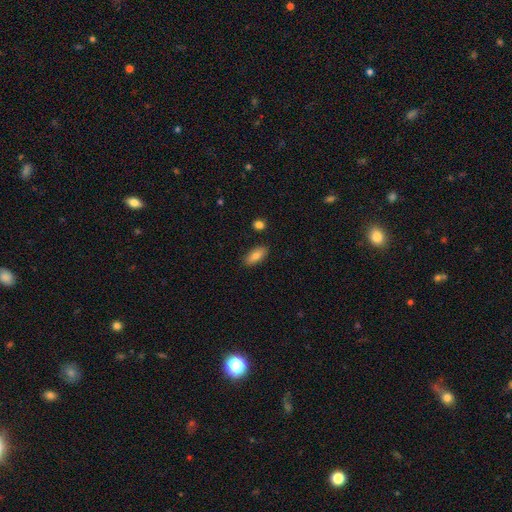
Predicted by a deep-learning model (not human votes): This is clearly a smooth galaxy (84%). How rounded: clearly in between (86%). Merging: clearly none (86%).